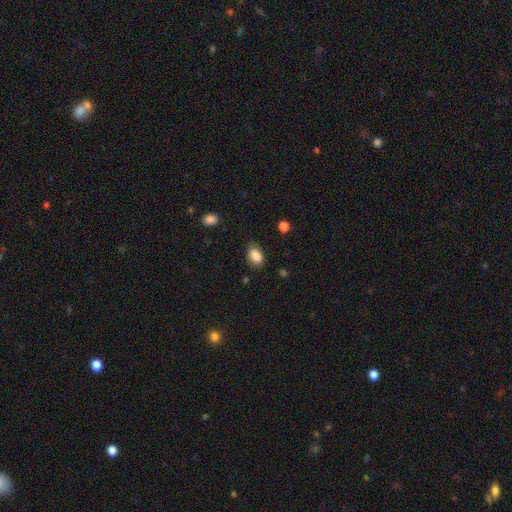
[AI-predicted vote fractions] Smooth or featured? Predicted: smooth (p=0.86). How rounded? Predicted: in between (p=0.84). Merging? Predicted: none (p=0.73).